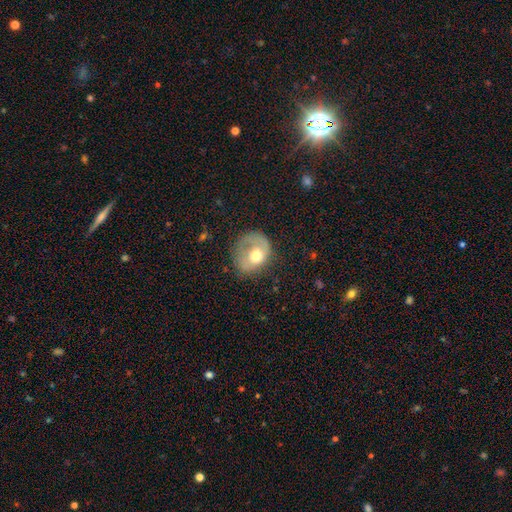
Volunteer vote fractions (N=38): Smooth or featured? 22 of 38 (58%) said smooth. How rounded? 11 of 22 (50%, tied with in between) said round. Merging? 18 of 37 (49%) said major disturbance.